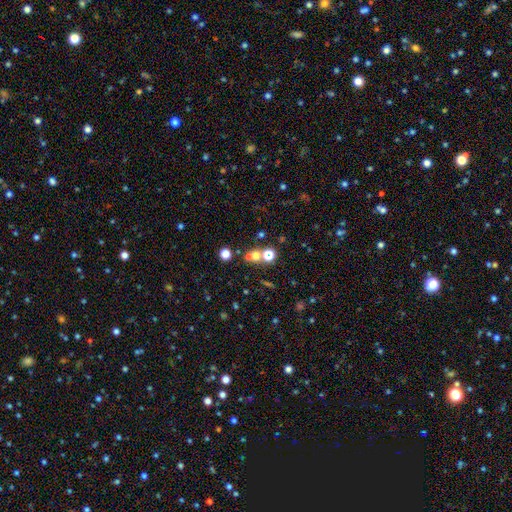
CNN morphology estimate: This is possibly a smooth galaxy (52%). How rounded: likely round (77%). Merging: possibly none (54%).